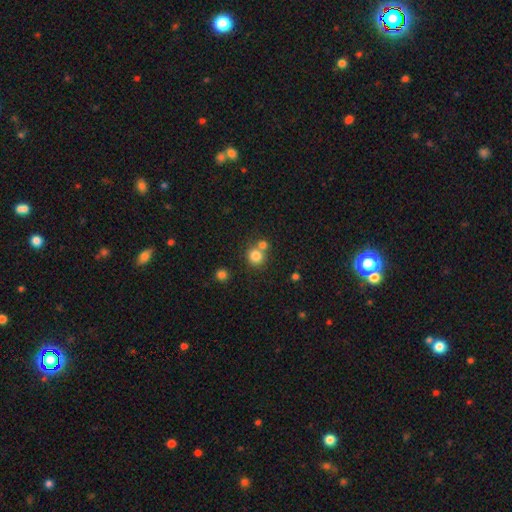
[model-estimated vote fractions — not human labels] The model was most divided on "merging": none: 55%, merger: 35%, minor disturbance: 7%, major disturbance: 3%. More confident: how rounded — round (88%); smooth or featured — smooth (81%).